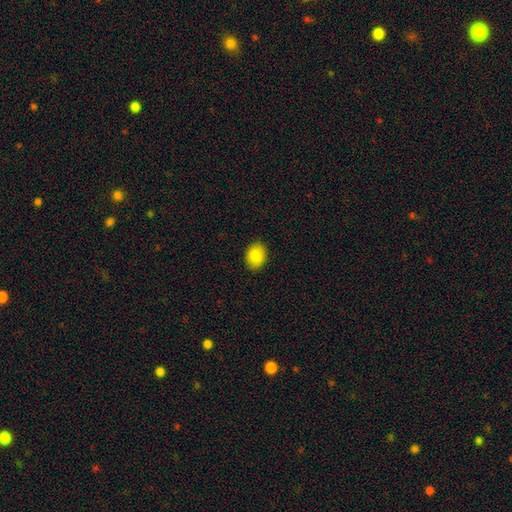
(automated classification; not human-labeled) smooth_or_featured: smooth (p=0.88) [alt: star or artifact p=0.08]
how_rounded: in between (p=0.65) [alt: round p=0.35]
merging: none (p=0.88) [alt: minor disturbance p=0.09]